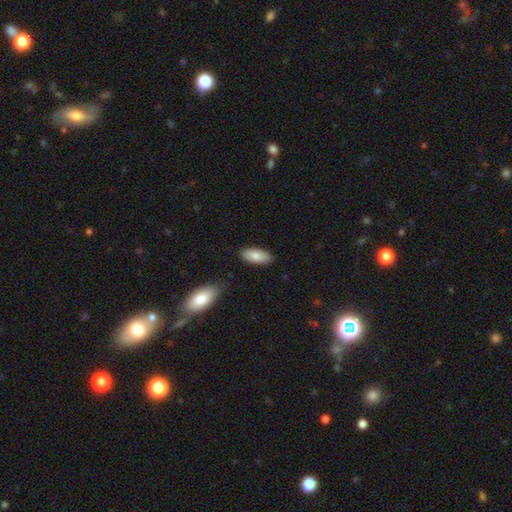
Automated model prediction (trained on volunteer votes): Smooth or featured: smooth — 83% (featured or disk — 11%)
How rounded: in between — 87% (cigar-shaped — 11%)
Merging: none — 85% (minor disturbance — 11%)